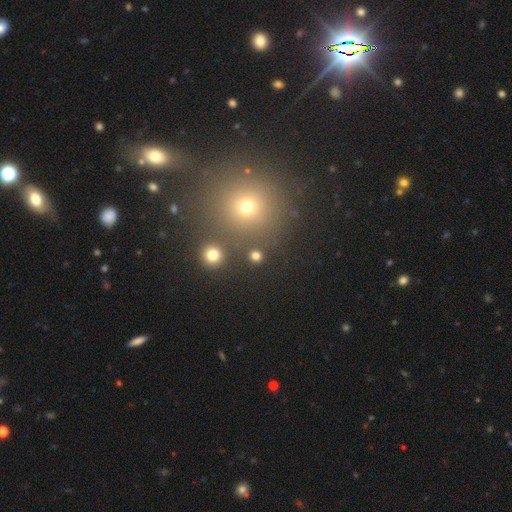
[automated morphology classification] The model was most divided on "smooth or featured": smooth: 75%, star or artifact: 19%, featured or disk: 5%. More confident: how rounded — round (90%); merging — none (85%).